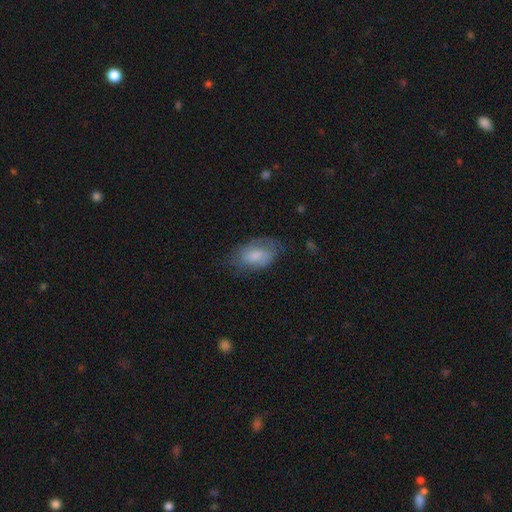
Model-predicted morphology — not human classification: This is likely a smooth galaxy (68%). How rounded: clearly in between (91%). Merging: possibly none (59%).